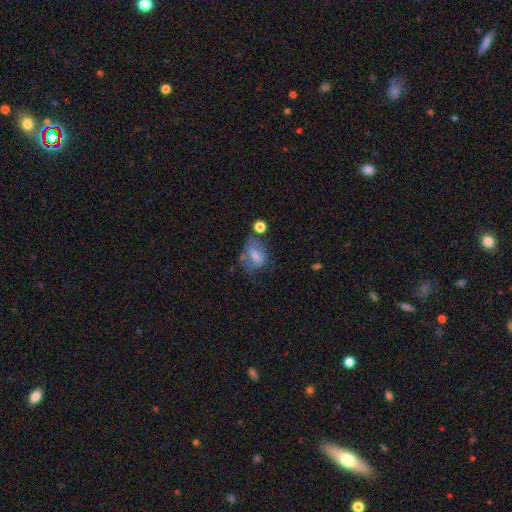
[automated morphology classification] A smooth galaxy with no disk features (56%) that is in between round and cigar-shaped (78%).

Vote fractions:
- Smooth or featured? smooth: 56% / featured or disk: 35% / star or artifact: 10%
- How rounded? in between: 78% / round: 20% / cigar-shaped: 3%
- Merging? none: 36% / minor disturbance: 27% / major disturbance: 25% / merger: 13%